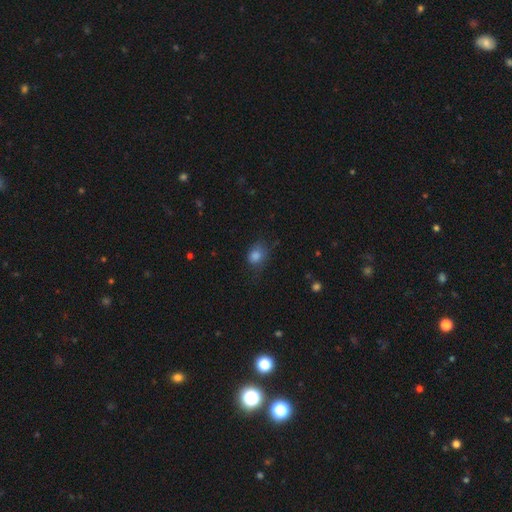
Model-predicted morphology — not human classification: Smooth or featured? Predicted: smooth (p=0.81). How rounded? Predicted: in between (p=0.54). Merging? Predicted: none (p=0.58).